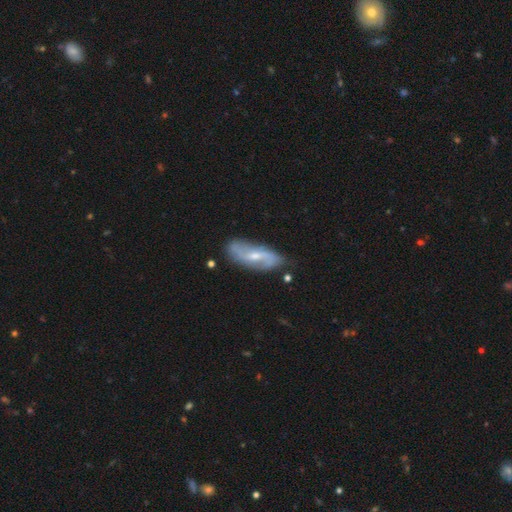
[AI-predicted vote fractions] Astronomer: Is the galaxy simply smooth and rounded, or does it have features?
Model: featured or disk — 77%.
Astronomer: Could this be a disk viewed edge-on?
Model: no — 91%.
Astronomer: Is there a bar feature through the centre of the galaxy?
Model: weak — 48% (runner-up: no, 31%).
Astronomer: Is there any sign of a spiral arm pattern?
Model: yes — 92%.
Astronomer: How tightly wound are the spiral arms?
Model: loose — 62%.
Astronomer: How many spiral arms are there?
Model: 2 — 88%.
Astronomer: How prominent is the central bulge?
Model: small — 56% (runner-up: moderate, 39%).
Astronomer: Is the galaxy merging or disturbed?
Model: none — 76%.